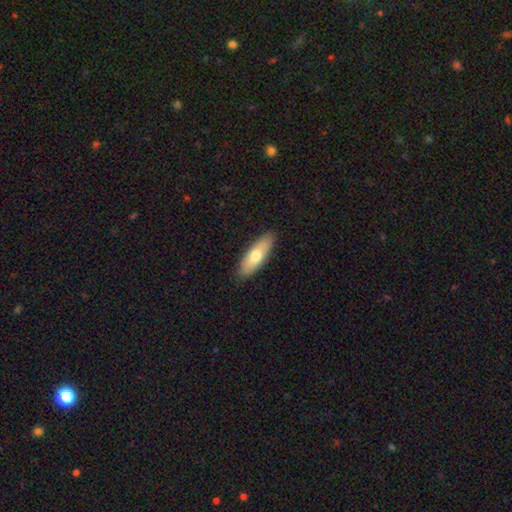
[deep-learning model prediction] smooth 68%, featured or disk 26%, star or artifact 6%. Down the decision tree: how rounded — in between (60%); merging — none (88%).